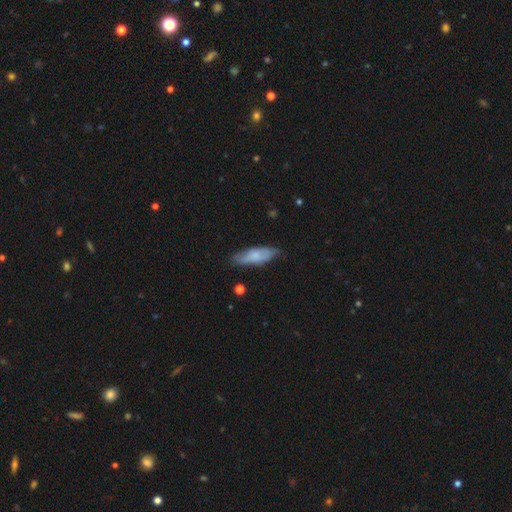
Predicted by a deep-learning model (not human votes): smooth_or_featured: smooth (p=0.62) [alt: featured or disk p=0.32]
how_rounded: in between (p=0.54) [alt: cigar-shaped p=0.44]
merging: none (p=0.75) [alt: minor disturbance p=0.20]